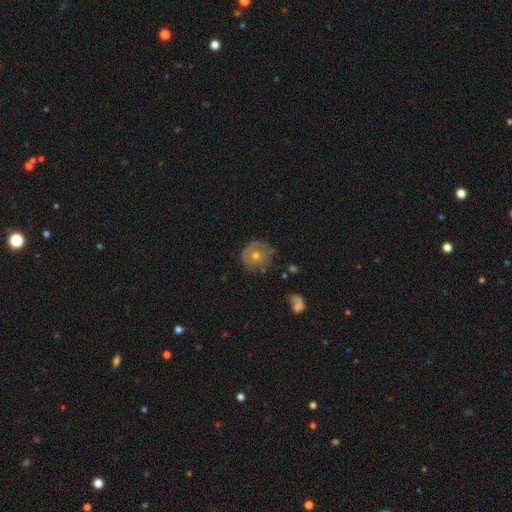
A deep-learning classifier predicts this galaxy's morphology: The model was most divided on "smooth or featured": featured or disk: 47%, smooth: 43%, star or artifact: 10%. More confident: merging — none (74%).